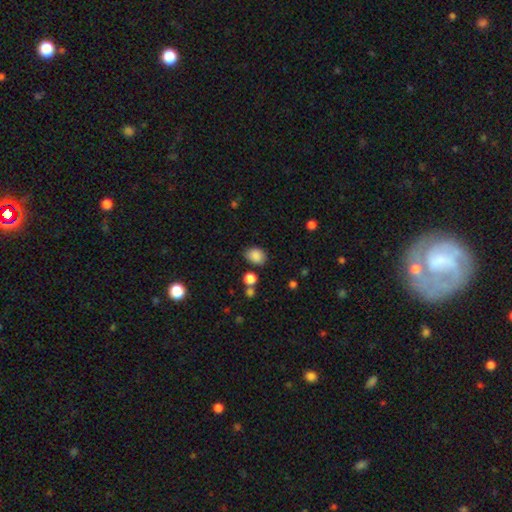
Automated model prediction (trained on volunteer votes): A smooth galaxy with no disk features (86%) that is in between round and cigar-shaped (58%). Merging: none (75%).